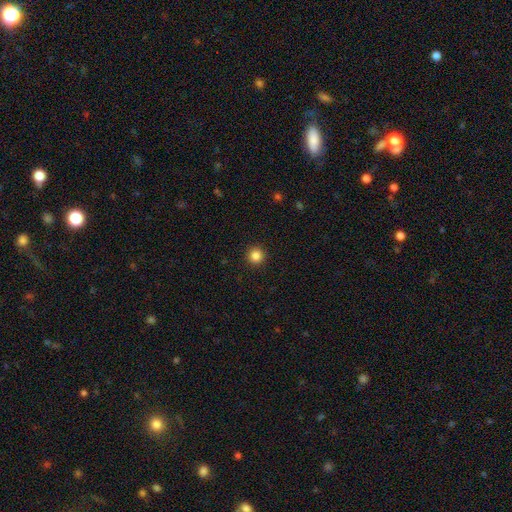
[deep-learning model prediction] This appears to be a smooth galaxy with no disk features (85%) that is round (96%). Merging: none (93%).